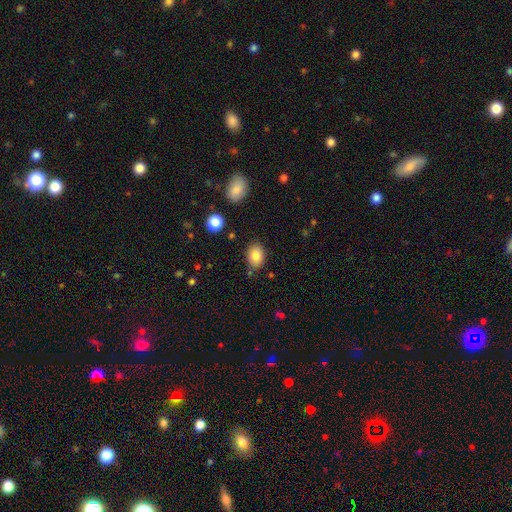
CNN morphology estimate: Smooth or featured? Predicted: smooth (p=0.85). How rounded? Predicted: in between (p=0.73). Merging? Predicted: none (p=0.81).